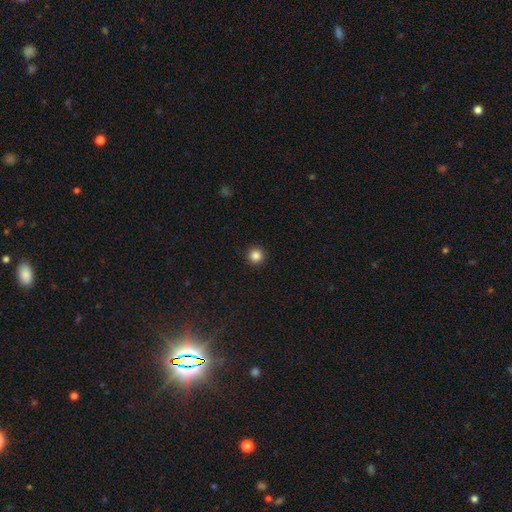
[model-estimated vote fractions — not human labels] Morphology: type=smooth (85%); roundness=round (96%); merging=none (93%).